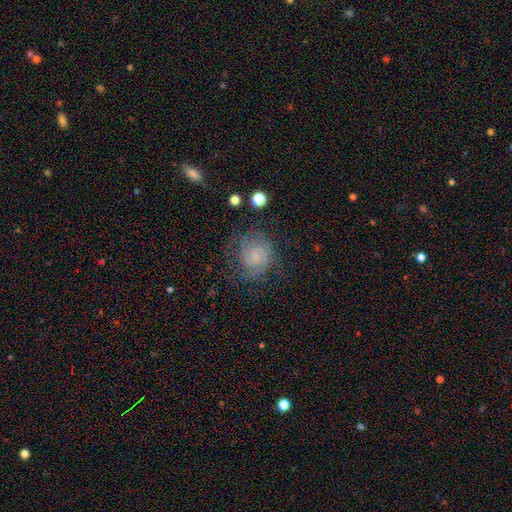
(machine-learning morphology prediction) Overall: featured or disk (56%; smooth 34%). Edge-on disk: no (98%). Bar: no (66%; weak 30%). Spiral arms: yes (82%). Bulge size: small (56%; none 26%). Merging: none (60%; minor disturbance 21%).